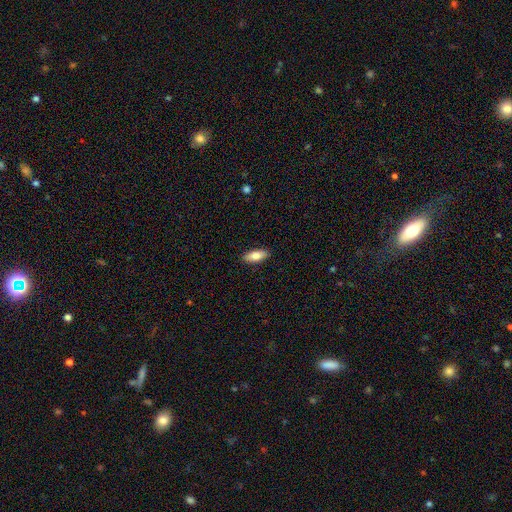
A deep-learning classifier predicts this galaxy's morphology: type=smooth (79%); roundness=in between (79%); merging=none (90%).